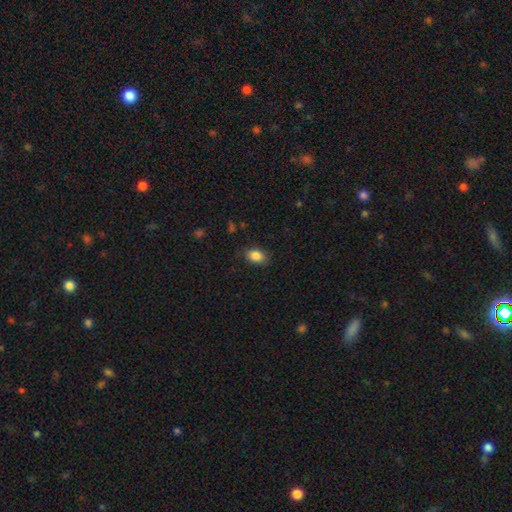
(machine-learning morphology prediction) Q: Smooth or featured?
A: smooth (86%); runner-up: star or artifact (9%)
Q: How rounded?
A: in between (83%); runner-up: round (15%)
Q: Merging?
A: none (82%); runner-up: minor disturbance (13%)